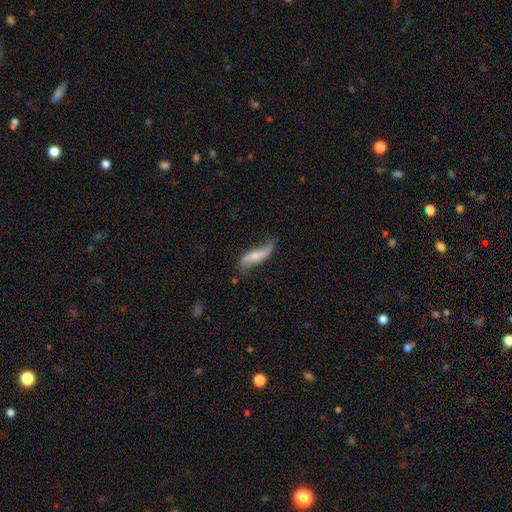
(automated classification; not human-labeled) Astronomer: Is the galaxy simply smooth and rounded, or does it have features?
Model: featured or disk — 62%.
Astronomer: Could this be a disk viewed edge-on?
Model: no — 77%.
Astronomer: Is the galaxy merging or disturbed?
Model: none — 55%.